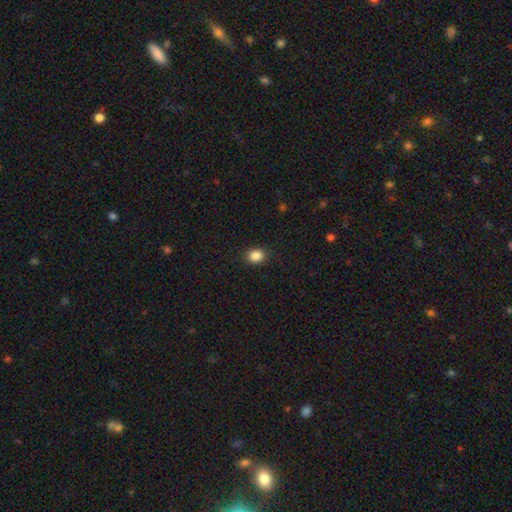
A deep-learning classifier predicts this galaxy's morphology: Smooth or featured?
  - smooth: 86% *
  - star or artifact: 10%
  - featured or disk: 4%
How rounded?
  - round: 58% *
  - in between: 41%
  - cigar-shaped: 1%
Merging?
  - none: 90% *
  - minor disturbance: 7%
  - major disturbance: 2%
  - merger: 1%